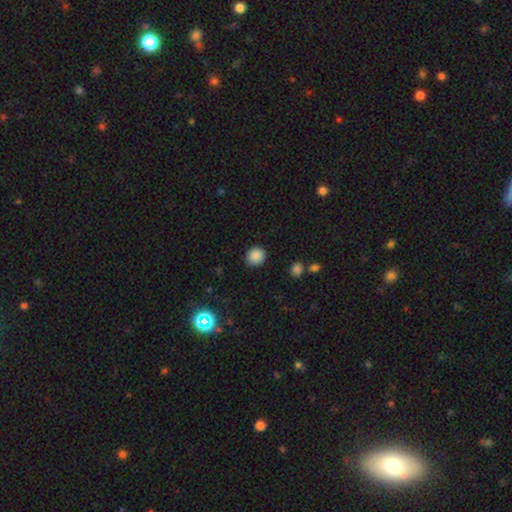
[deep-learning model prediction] Smooth or featured: smooth — 86% (star or artifact — 10%)
How rounded: round — 83% (in between — 16%)
Merging: none — 88% (minor disturbance — 8%)